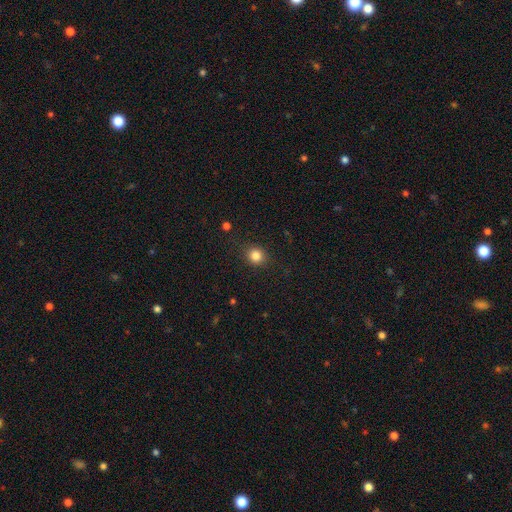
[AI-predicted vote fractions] Smooth or featured? smooth (84%)
How rounded? round (86%)
Merging? none (88%)